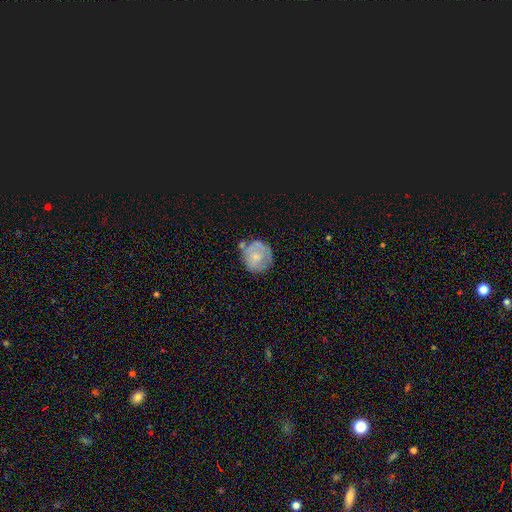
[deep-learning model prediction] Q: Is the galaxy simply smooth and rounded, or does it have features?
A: featured or disk — 48%.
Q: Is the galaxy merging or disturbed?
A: none — 56%.